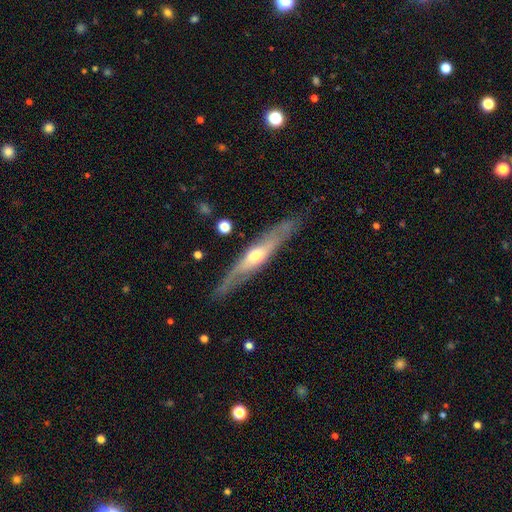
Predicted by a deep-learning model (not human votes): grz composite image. It shows a featured or disk galaxy (69%) viewed edge-on (81%) with a rounded central bulge (81%). Merging: none (81%).